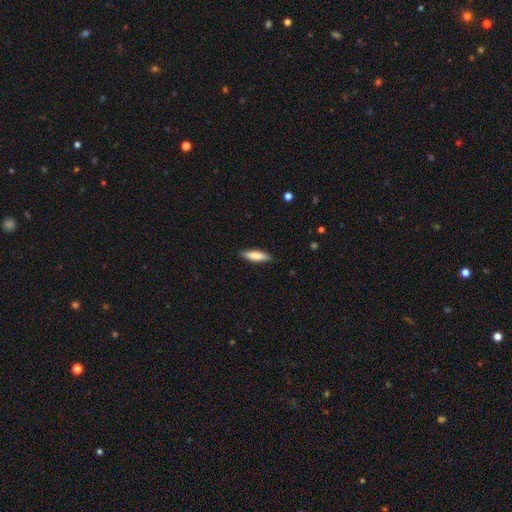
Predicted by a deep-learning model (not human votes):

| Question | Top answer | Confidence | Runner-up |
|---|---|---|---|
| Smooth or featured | smooth | 79% | featured or disk (15%) |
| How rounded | cigar-shaped | 59% | in between (39%) |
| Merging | none | 87% | minor disturbance (10%) |